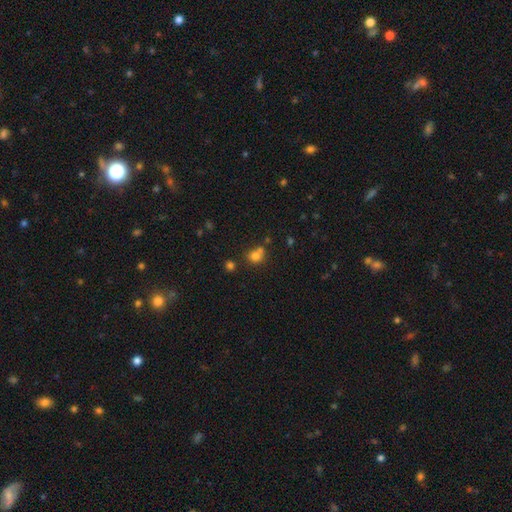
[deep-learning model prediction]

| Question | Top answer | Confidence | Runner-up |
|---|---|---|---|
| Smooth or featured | smooth | 75% | star or artifact (16%) |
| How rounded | round | 77% | in between (22%) |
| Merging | none | 49% | merger (35%) |